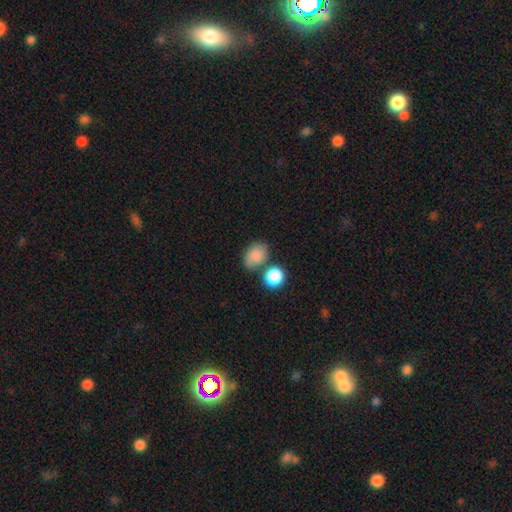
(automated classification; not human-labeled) smooth-or-featured: smooth: 84% | star or artifact: 8% | featured or disk: 8%
  how-rounded: in between: 71% | round: 28% | cigar-shaped: 1%
  merging: none: 55% | merger: 19% | minor disturbance: 19% | major disturbance: 6%